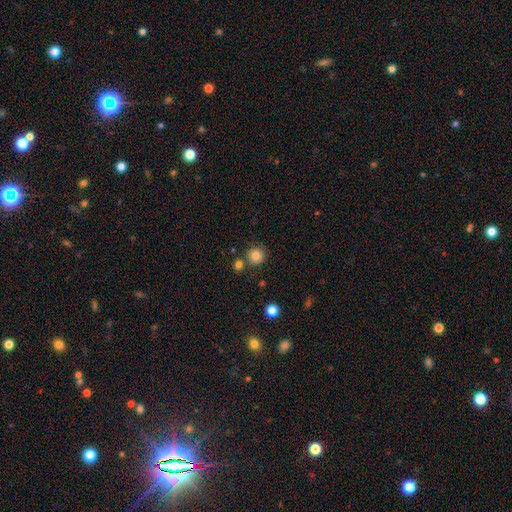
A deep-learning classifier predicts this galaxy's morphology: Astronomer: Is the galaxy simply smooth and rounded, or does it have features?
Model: smooth — 83%.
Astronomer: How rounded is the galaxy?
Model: round — 92%.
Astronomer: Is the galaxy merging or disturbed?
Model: none — 77%.